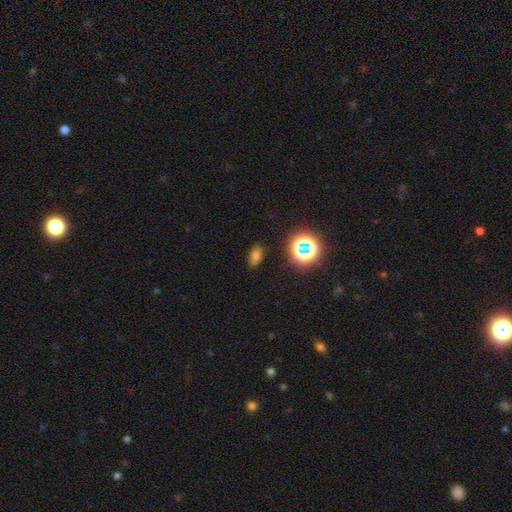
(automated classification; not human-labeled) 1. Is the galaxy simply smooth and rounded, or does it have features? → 67% smooth, 24% star or artifact, 9% featured or disk.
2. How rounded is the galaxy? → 85% in between, 11% round, 4% cigar-shaped.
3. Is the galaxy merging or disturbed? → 83% none, 12% minor disturbance, 3% major disturbance, 2% merger.